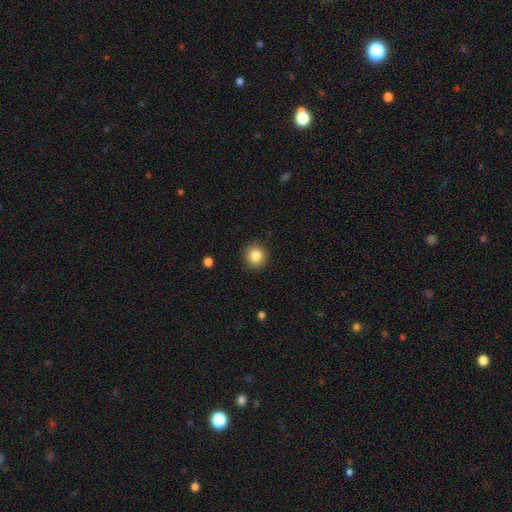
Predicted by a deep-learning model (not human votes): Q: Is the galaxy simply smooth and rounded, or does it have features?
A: smooth — 84%.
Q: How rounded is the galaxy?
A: round — 91%.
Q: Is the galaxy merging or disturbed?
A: none — 90%.